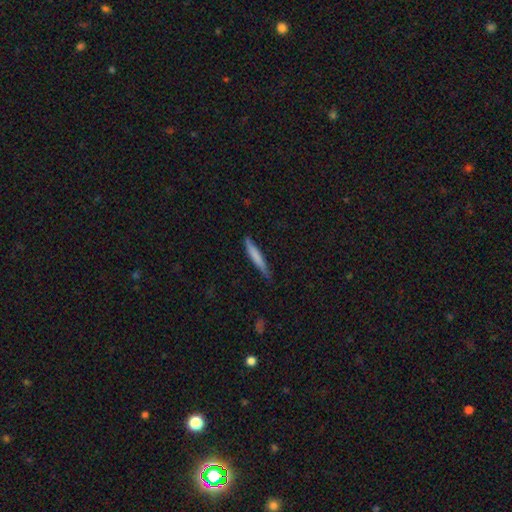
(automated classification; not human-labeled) smooth-or-featured: smooth: 73% | featured or disk: 21% | star or artifact: 6%
  how-rounded: cigar-shaped: 95% | in between: 4% | round: 1%
  merging: none: 77% | minor disturbance: 19% | major disturbance: 3% | merger: 2%